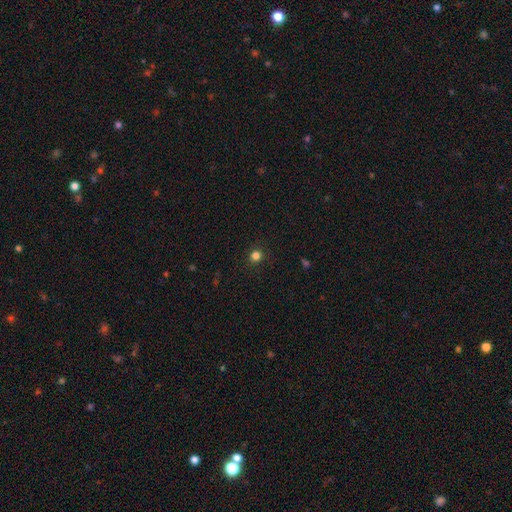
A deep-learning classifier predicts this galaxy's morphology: Smooth or featured: smooth — 80% (star or artifact — 16%)
How rounded: round — 93% (in between — 6%)
Merging: none — 91% (minor disturbance — 5%)